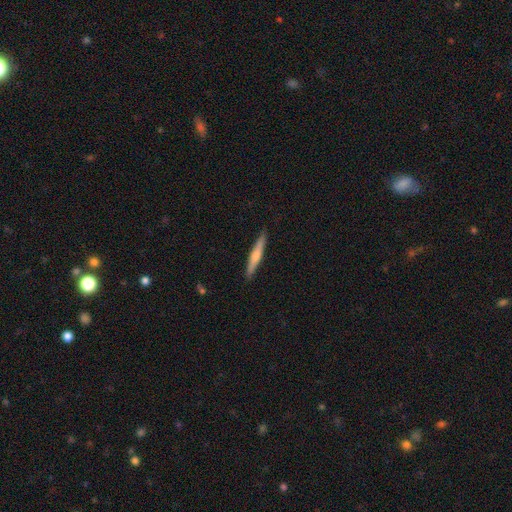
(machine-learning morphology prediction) A featured or disk galaxy (50%).

Vote fractions:
- Smooth or featured? featured or disk: 50% / smooth: 45% / star or artifact: 5%
- Merging? none: 91% / minor disturbance: 7% / major disturbance: 1% / merger: 1%